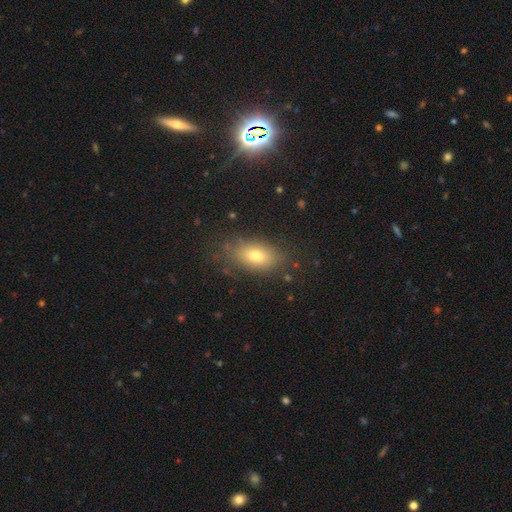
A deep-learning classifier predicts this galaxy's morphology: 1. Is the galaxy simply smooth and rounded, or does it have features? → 75% smooth, 14% featured or disk, 11% star or artifact.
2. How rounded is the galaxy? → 87% in between, 8% round, 5% cigar-shaped.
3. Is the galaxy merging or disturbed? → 78% none, 15% minor disturbance, 5% major disturbance, 2% merger.